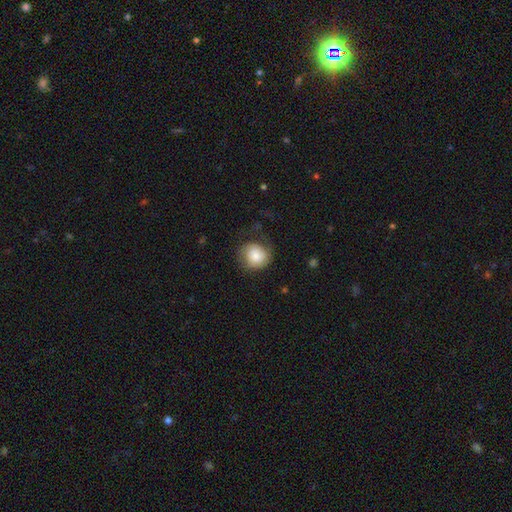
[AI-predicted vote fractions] Smooth or featured? smooth (65%)
How rounded? round (83%)
Merging? none (58%)